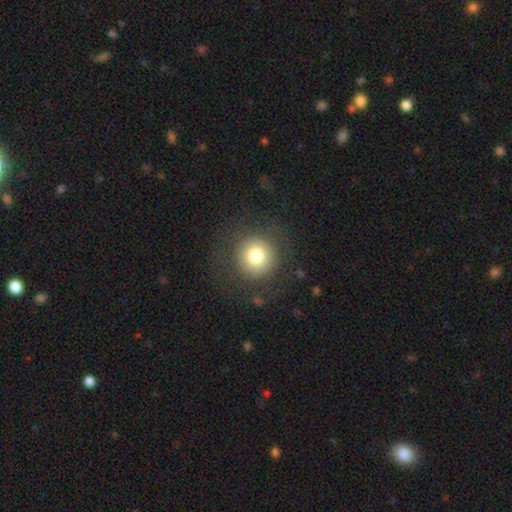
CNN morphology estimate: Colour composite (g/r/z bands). It shows a smooth galaxy with no disk features (77%) that is round (95%). Merging: none (85%).